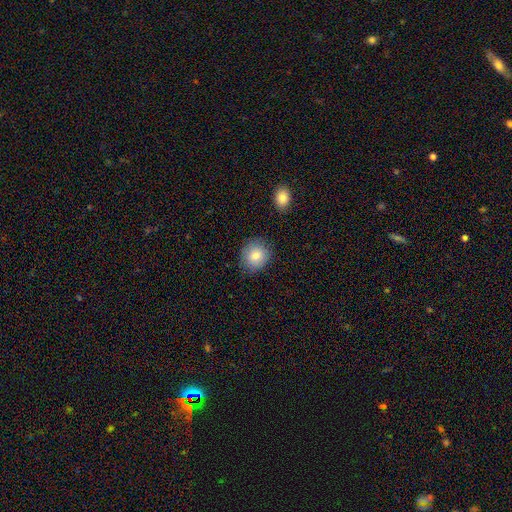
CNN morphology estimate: Smooth or featured: smooth — 82% (featured or disk — 10%)
How rounded: round — 78% (in between — 22%)
Merging: none — 83% (minor disturbance — 12%)